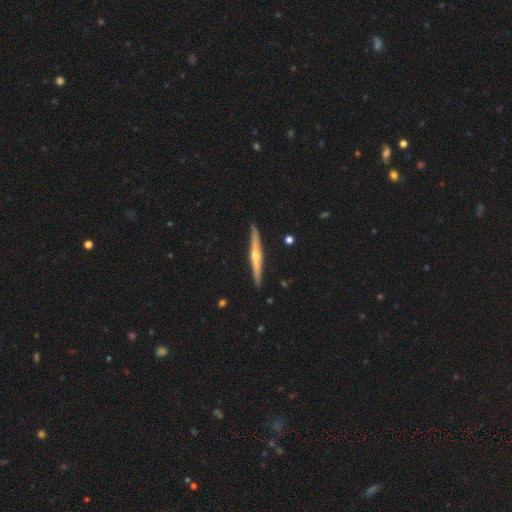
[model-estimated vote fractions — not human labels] smooth_or_featured: featured or disk (p=0.74) [alt: smooth p=0.21]
disk_edge_on: yes (p=0.97) [alt: no p=0.03]
edge_on_bulge: rounded (p=0.87) [alt: none p=0.09]
merging: none (p=0.90) [alt: minor disturbance p=0.07]